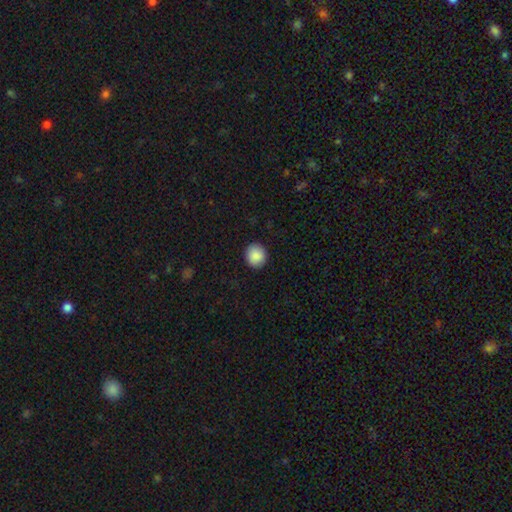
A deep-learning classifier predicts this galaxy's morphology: Q: Smooth or featured?
A: smooth (89%); runner-up: star or artifact (8%)
Q: How rounded?
A: round (83%); runner-up: in between (16%)
Q: Merging?
A: none (91%); runner-up: minor disturbance (6%)